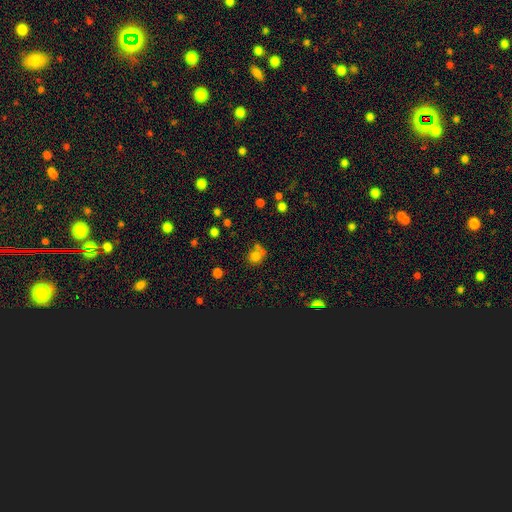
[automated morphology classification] Smooth or featured?
  - smooth: 72% *
  - star or artifact: 19%
  - featured or disk: 10%
How rounded?
  - round: 81% *
  - in between: 18%
  - cigar-shaped: 1%
Merging?
  - none: 51% *
  - merger: 28%
  - minor disturbance: 14%
  - major disturbance: 7%